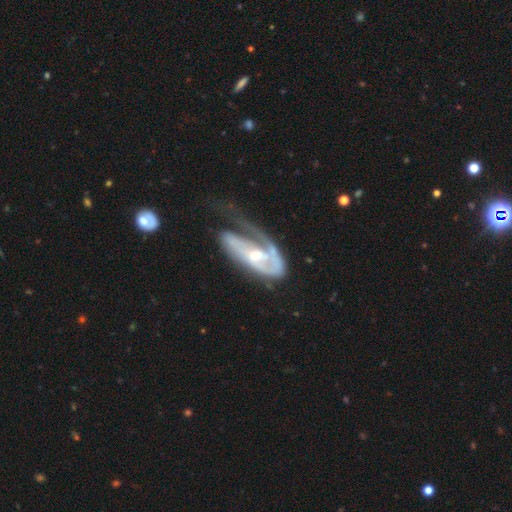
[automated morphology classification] Overall: featured or disk (80%). Edge-on disk: no (93%). Bar: no (54%; weak 33%). Spiral arms: yes (86%). Spiral arm count: 1 (57%; 2 25%). Spiral winding: tight (38%; medium 37%). Bulge size: small (47%, tied with moderate). Merging: major disturbance (50%; none 25%).